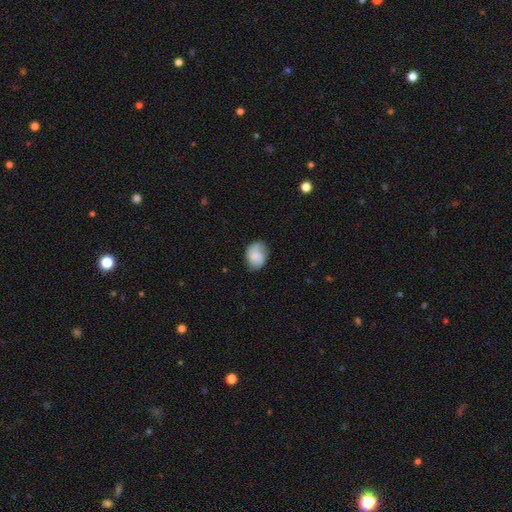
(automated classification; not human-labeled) Smooth or featured: smooth — 59% (featured or disk — 33%)
How rounded: in between — 59% (round — 40%)
Merging: none — 64% (minor disturbance — 26%)